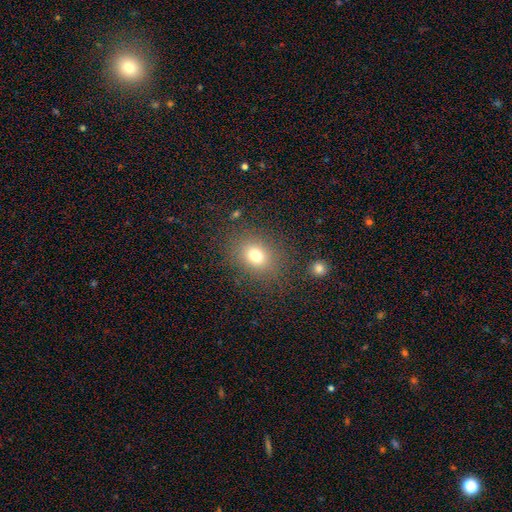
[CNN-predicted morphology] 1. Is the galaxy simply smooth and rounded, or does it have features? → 74% smooth, 15% star or artifact, 10% featured or disk.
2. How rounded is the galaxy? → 56% round, 43% in between, 1% cigar-shaped.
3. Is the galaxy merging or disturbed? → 82% none, 10% minor disturbance, 5% major disturbance, 2% merger.